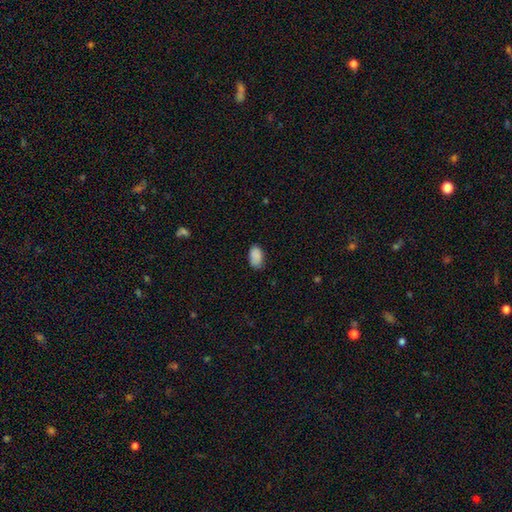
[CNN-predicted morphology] This appears to be a smooth galaxy with no disk features (88%) that is in between round and cigar-shaped (93%). Merging: none (76%).